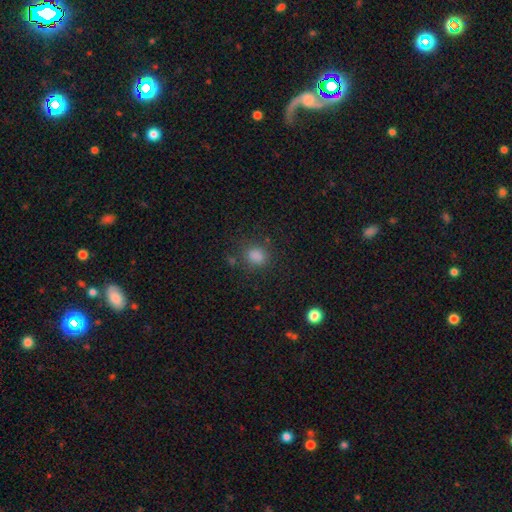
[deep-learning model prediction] This appears to be a smooth galaxy with no disk features (81%) that is round (59%). Merging: none (75%).